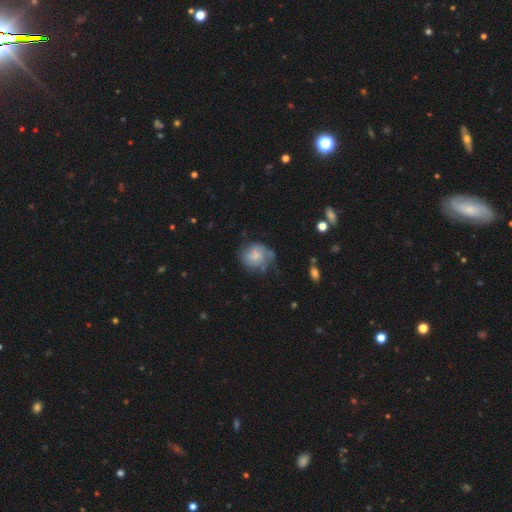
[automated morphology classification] Smooth or featured? Predicted: featured or disk (p=0.48). Merging? Predicted: none (p=0.48).